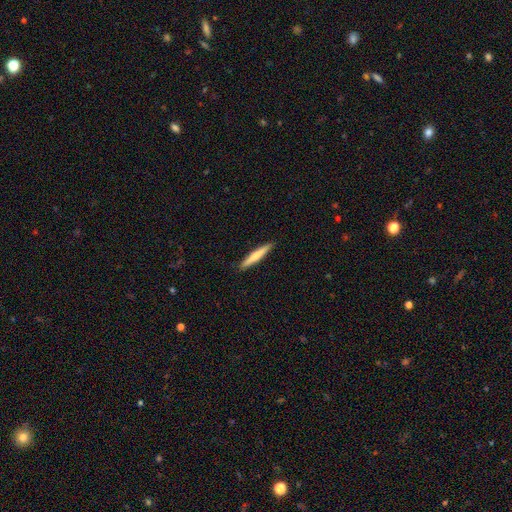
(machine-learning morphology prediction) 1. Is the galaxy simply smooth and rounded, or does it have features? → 60% smooth, 35% featured or disk, 5% star or artifact.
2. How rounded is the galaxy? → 94% cigar-shaped, 5% in between, 1% round.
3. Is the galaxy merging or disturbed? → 92% none, 6% minor disturbance, 1% major disturbance, 1% merger.